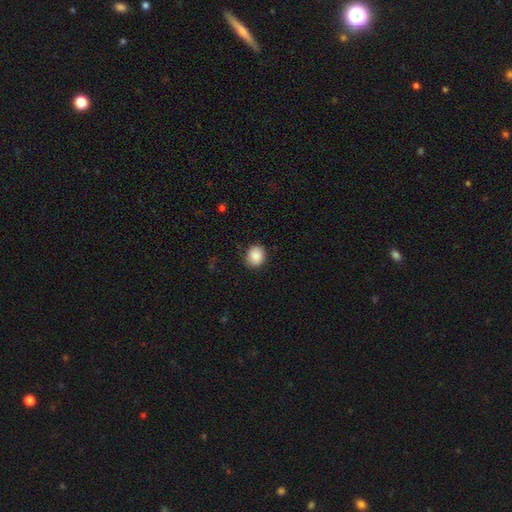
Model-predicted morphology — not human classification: Smooth or featured?
  - smooth: 87% *
  - star or artifact: 8%
  - featured or disk: 4%
How rounded?
  - round: 76% *
  - in between: 23%
  - cigar-shaped: 1%
Merging?
  - none: 86% *
  - minor disturbance: 10%
  - major disturbance: 2%
  - merger: 1%